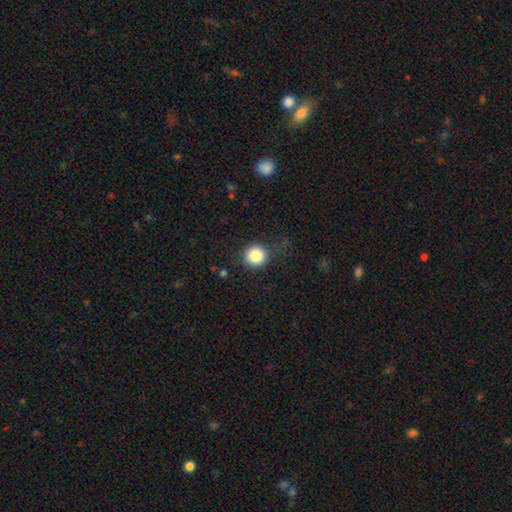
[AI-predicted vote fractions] Morphology: type=smooth (85%); roundness=round (93%); merging=none (77%).